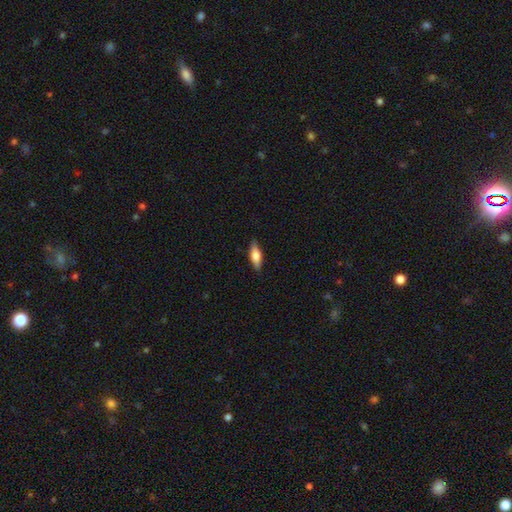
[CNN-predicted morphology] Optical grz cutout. It shows a smooth galaxy with no disk features (62%) that is in between round and cigar-shaped (63%). Merging: none (87%).